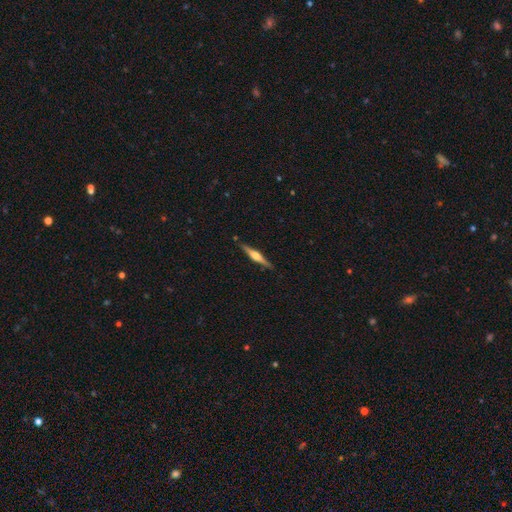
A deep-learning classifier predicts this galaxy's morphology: Smooth or featured: featured or disk — 73% (smooth — 22%)
Edge-on disk: yes — 98% (no — 2%)
Edge-on bulge: rounded — 85% (boxy — 11%)
Merging: none — 89% (minor disturbance — 8%)